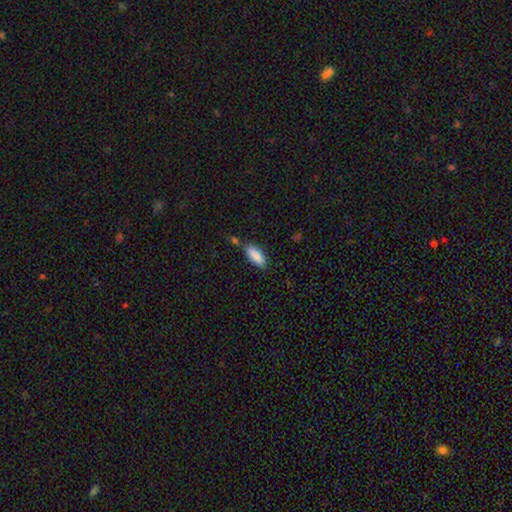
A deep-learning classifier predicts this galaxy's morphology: Smooth or featured: smooth — 88% (star or artifact — 6%)
How rounded: in between — 76% (cigar-shaped — 22%)
Merging: none — 70% (minor disturbance — 16%)